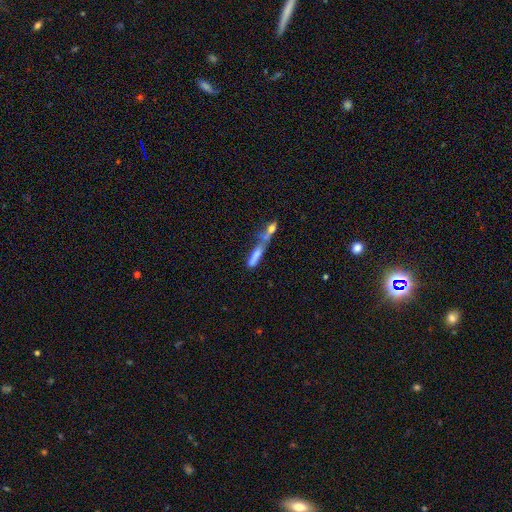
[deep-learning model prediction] A smooth galaxy with no disk features (63%) that is cigar-shaped (77%). Merging: merger (57%).